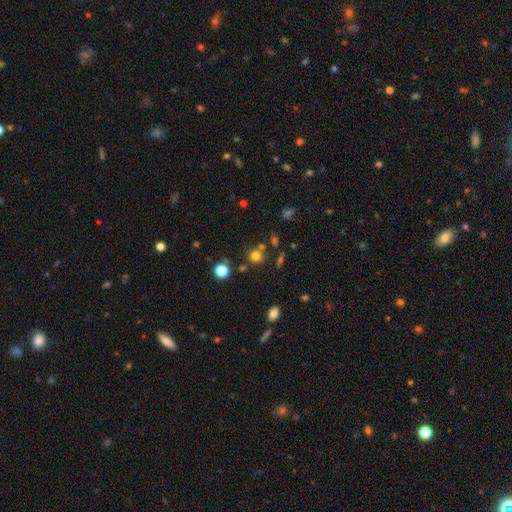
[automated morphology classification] The model was most divided on "smooth or featured": smooth: 74%, star or artifact: 19%, featured or disk: 7%. More confident: how rounded — round (91%); merging — none (76%).